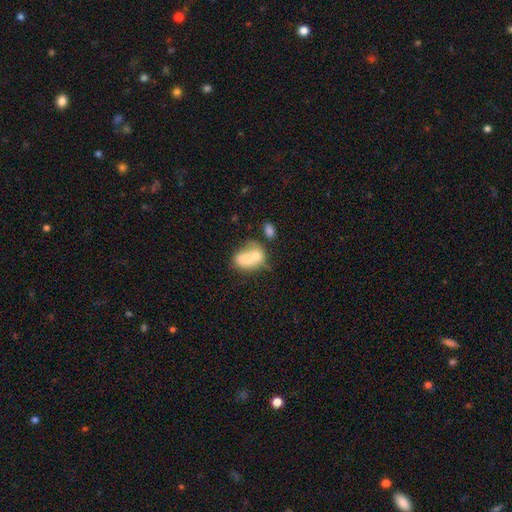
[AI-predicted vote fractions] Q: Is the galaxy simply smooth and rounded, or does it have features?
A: smooth — 69%.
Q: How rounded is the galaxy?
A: in between — 67%.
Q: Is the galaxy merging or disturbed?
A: merger — 70%.